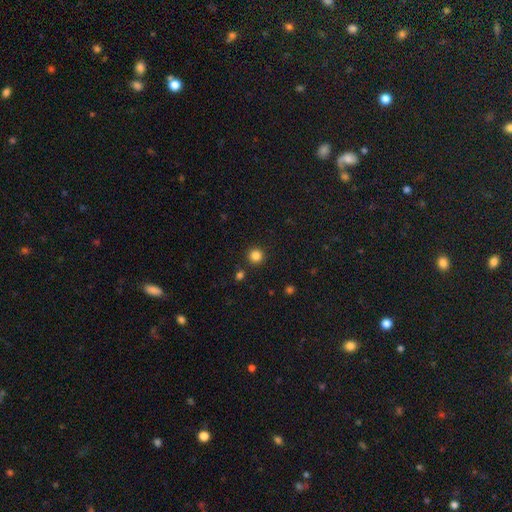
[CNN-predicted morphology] Smooth or featured?
  - smooth: 84% *
  - star or artifact: 12%
  - featured or disk: 4%
How rounded?
  - round: 95% *
  - in between: 4%
  - cigar-shaped: 1%
Merging?
  - none: 91% *
  - minor disturbance: 5%
  - merger: 3%
  - major disturbance: 2%